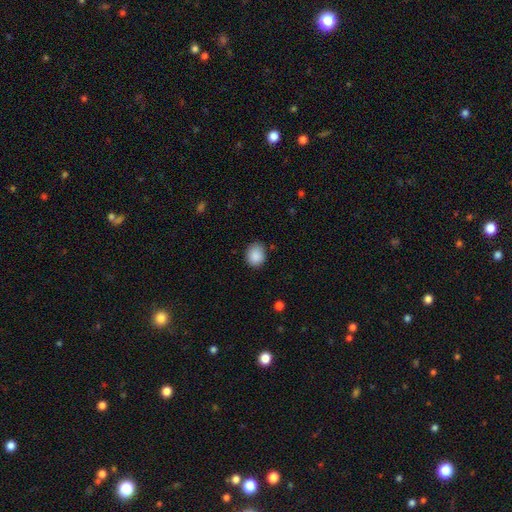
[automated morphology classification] Smooth or featured? Predicted: smooth (p=0.88). How rounded? Predicted: round (p=0.66). Merging? Predicted: none (p=0.78).